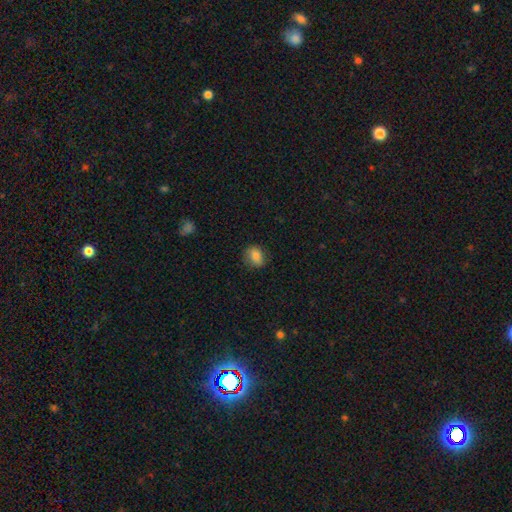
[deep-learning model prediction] Morphology: type=smooth (82%); roundness=in between (53%); merging=none (79%).